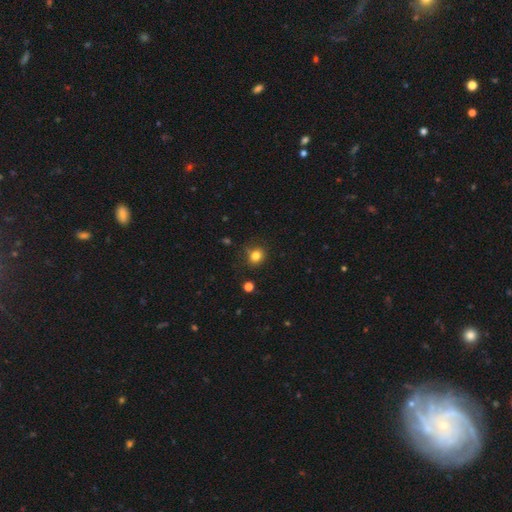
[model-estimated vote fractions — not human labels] Smooth or featured? smooth (81%)
How rounded? round (78%)
Merging? none (79%)